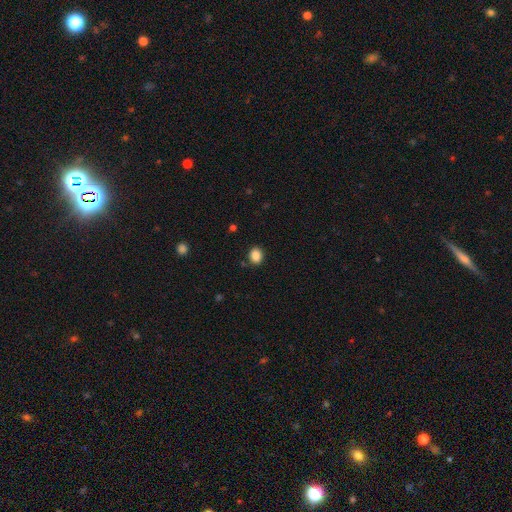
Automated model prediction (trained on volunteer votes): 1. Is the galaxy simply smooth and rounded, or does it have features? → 87% smooth, 10% star or artifact, 4% featured or disk.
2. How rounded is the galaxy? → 57% round, 42% in between, 1% cigar-shaped.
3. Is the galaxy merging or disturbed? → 87% none, 9% minor disturbance, 2% major disturbance, 2% merger.